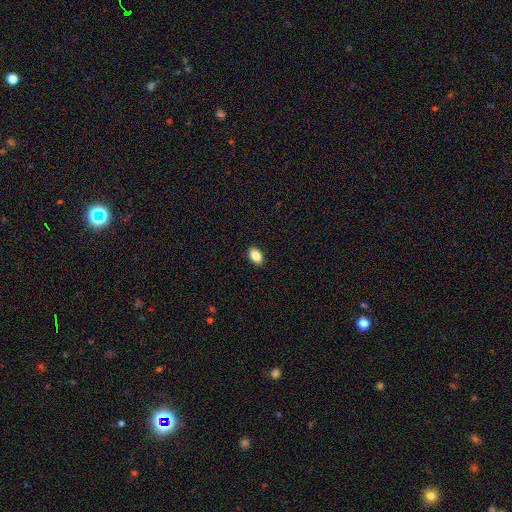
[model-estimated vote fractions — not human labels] Overall: smooth (86%). How rounded: in between (89%). Merging: none (91%).